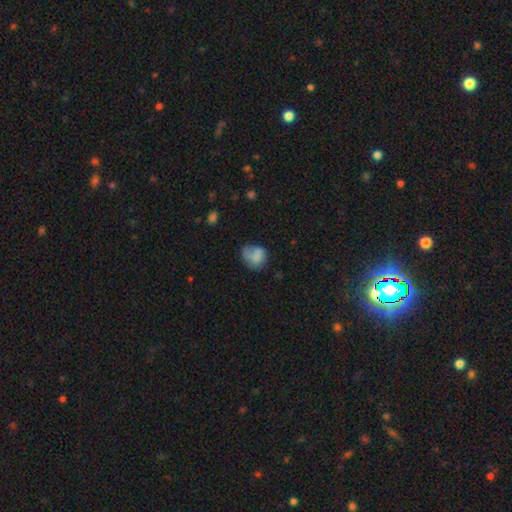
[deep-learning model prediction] Smooth or featured? smooth (66%)
How rounded? round (55%)
Merging? none (38%)